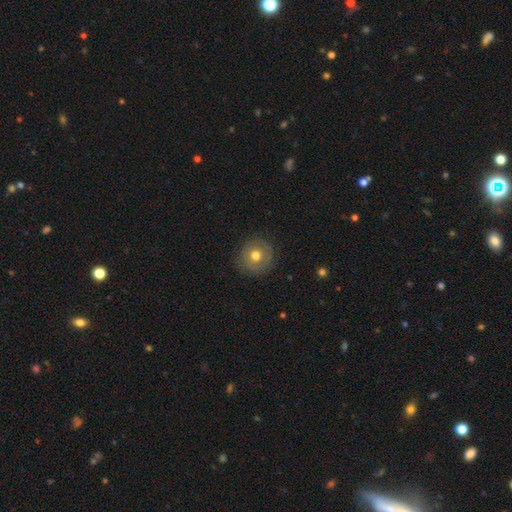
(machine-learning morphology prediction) Smooth or featured: smooth — 65% (featured or disk — 26%)
How rounded: round — 94% (in between — 6%)
Merging: none — 85% (minor disturbance — 11%)